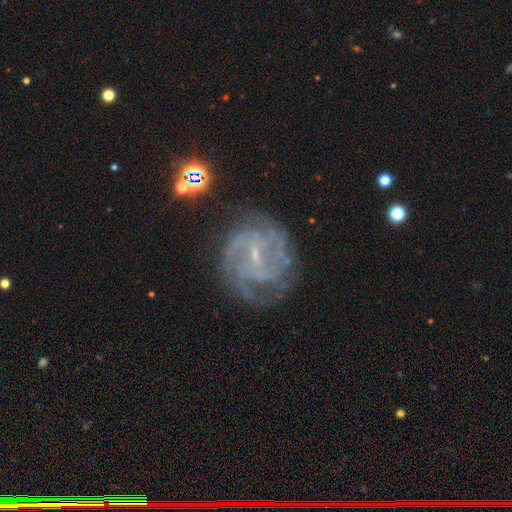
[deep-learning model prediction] Smooth or featured: featured or disk — 83% (star or artifact — 9%)
Edge-on disk: no — 98% (yes — 2%)
Bar: weak — 53% (no — 27%)
Spiral arms: yes — 93% (no — 7%)
Spiral winding: tight — 49% (medium — 40%)
Spiral arm count: can't tell — 32% (2 — 22%)
Bulge size: small — 77% (none — 11%)
Merging: none — 71% (minor disturbance — 17%)